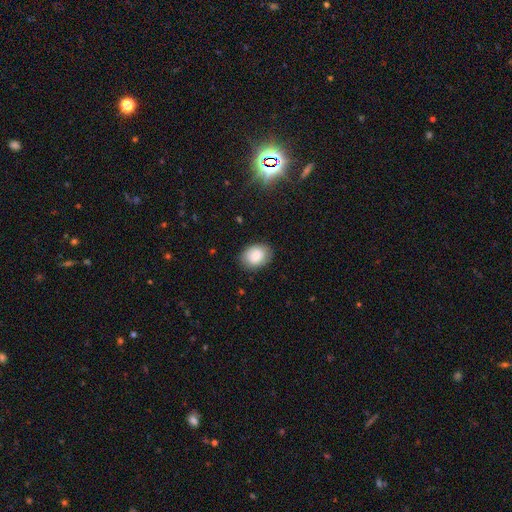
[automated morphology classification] Overall: smooth (78%). How rounded: in between (65%; round 34%). Merging: none (82%).